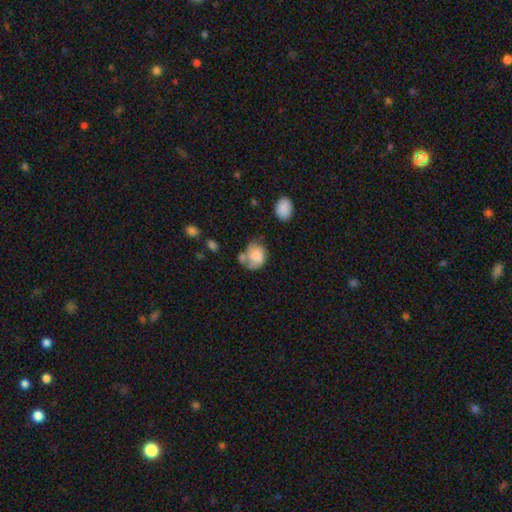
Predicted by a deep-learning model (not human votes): Smooth or featured?
  - smooth: 57% *
  - featured or disk: 34%
  - star or artifact: 8%
How rounded?
  - in between: 50% *
  - round: 49%
  - cigar-shaped: 1%
Merging?
  - none: 37% *
  - minor disturbance: 27%
  - merger: 19%
  - major disturbance: 17%